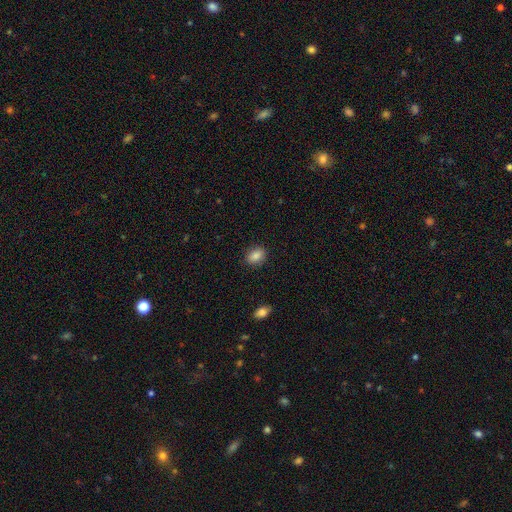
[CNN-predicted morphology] Q: Smooth or featured?
A: smooth (86%); runner-up: star or artifact (8%)
Q: How rounded?
A: in between (69%); runner-up: round (30%)
Q: Merging?
A: none (88%); runner-up: minor disturbance (9%)